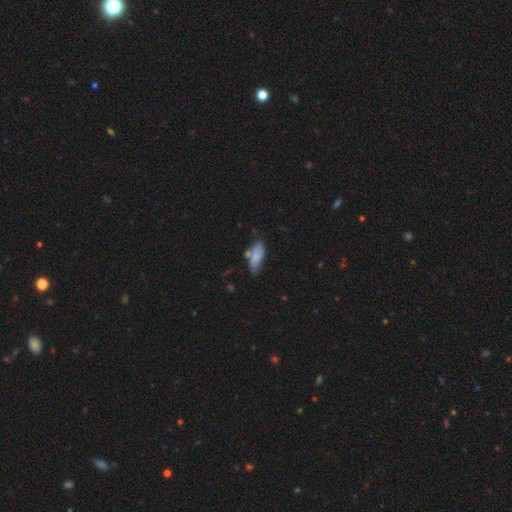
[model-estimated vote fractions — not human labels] This is likely a smooth galaxy (76%). How rounded: likely in between (75%). Merging: possibly none (60%).